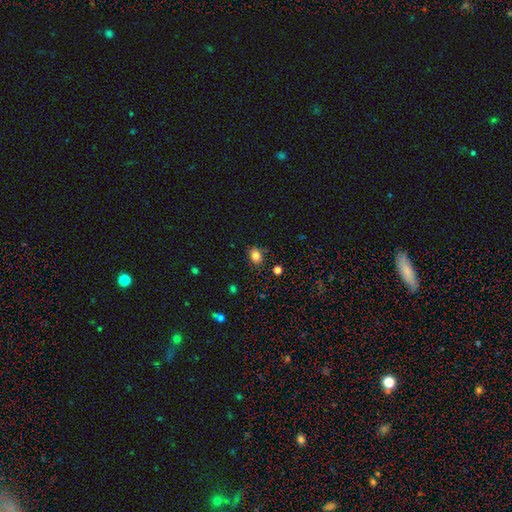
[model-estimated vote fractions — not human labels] Overall: smooth (81%). How rounded: in between (51%; round 48%). Merging: none (80%).